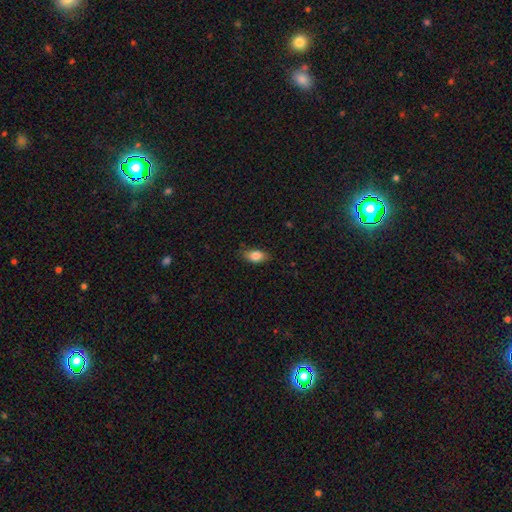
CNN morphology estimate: Smooth or featured? Predicted: smooth (p=0.82). How rounded? Predicted: in between (p=0.88). Merging? Predicted: none (p=0.82).